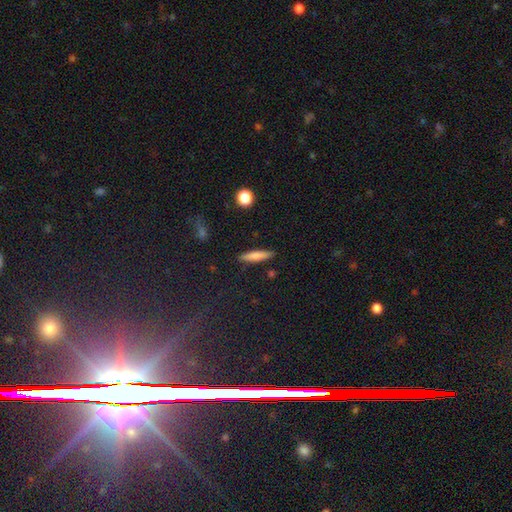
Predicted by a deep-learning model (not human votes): A smooth galaxy with no disk features (75%) that is cigar-shaped (84%). Merging: none (87%).